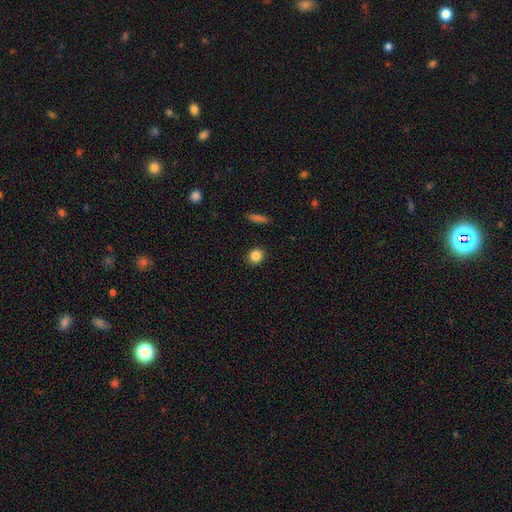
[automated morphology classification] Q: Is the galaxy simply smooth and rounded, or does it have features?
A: smooth — 85%.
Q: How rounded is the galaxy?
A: round — 83%.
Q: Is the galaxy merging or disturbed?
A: none — 91%.